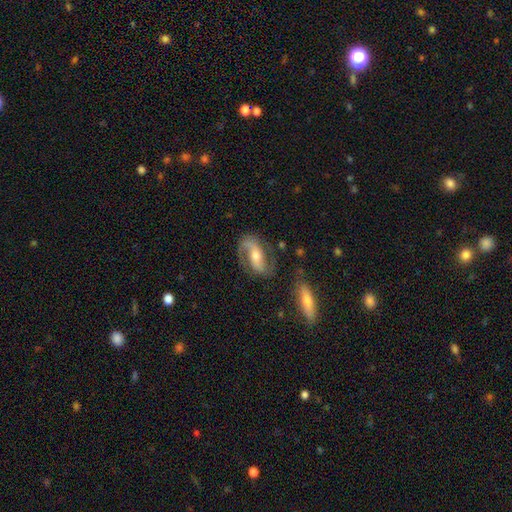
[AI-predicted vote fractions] Overall: featured or disk (83%). Edge-on disk: no (94%). Bar: weak (35%; strong 34%). Spiral arms: yes (95%). Spiral arm count: 2 (85%). Spiral winding: medium (47%; loose 36%). Bulge size: moderate (59%; small 33%). Merging: none (73%).